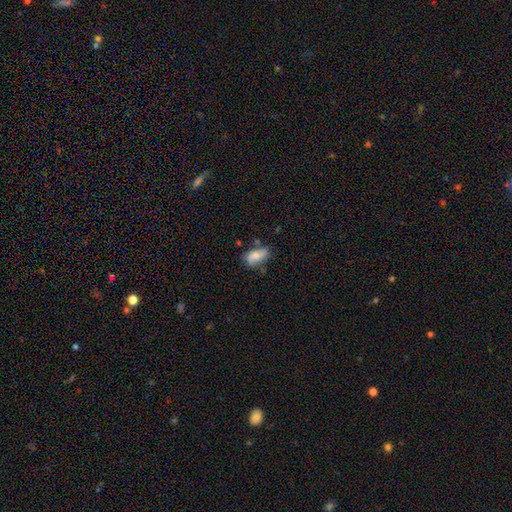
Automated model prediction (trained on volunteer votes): Q: Smooth or featured?
A: smooth (60%); runner-up: featured or disk (32%)
Q: How rounded?
A: in between (89%); runner-up: round (6%)
Q: Merging?
A: none (55%); runner-up: minor disturbance (30%)